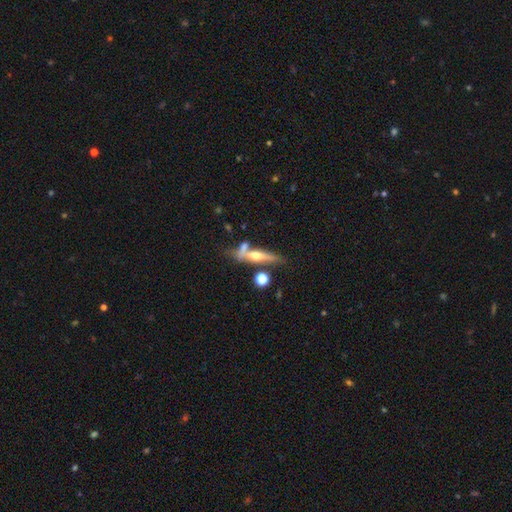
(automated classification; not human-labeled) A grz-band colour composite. It shows a featured or disk galaxy (58%) viewed edge-on (87%) with a rounded central bulge (90%). Merging: none (53%).